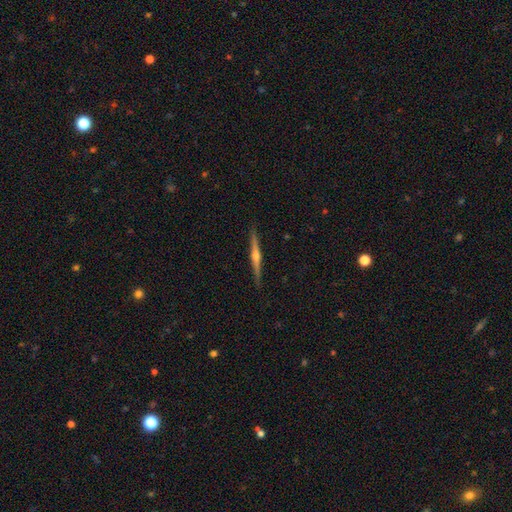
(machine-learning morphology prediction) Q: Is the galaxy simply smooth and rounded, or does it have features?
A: featured or disk — 79%.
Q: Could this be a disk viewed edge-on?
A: yes — 98%.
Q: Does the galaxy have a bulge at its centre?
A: rounded — 90%.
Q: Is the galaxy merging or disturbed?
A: none — 91%.